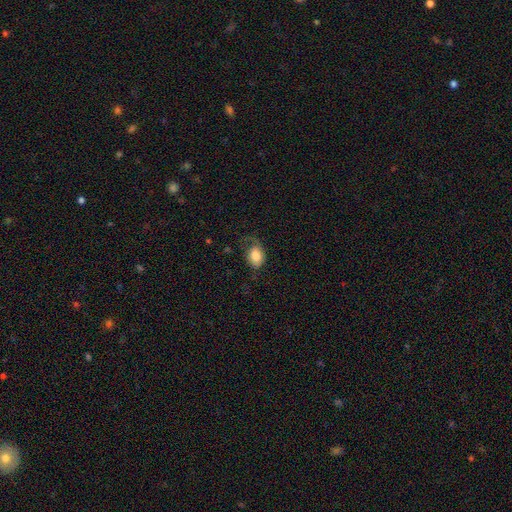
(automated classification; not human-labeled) A smooth galaxy with no disk features (73%) that is in between round and cigar-shaped (79%).

Vote fractions:
- Smooth or featured? smooth: 73% / featured or disk: 19% / star or artifact: 8%
- How rounded? in between: 79% / round: 20% / cigar-shaped: 1%
- Merging? none: 42% / minor disturbance: 28% / major disturbance: 28% / merger: 2%